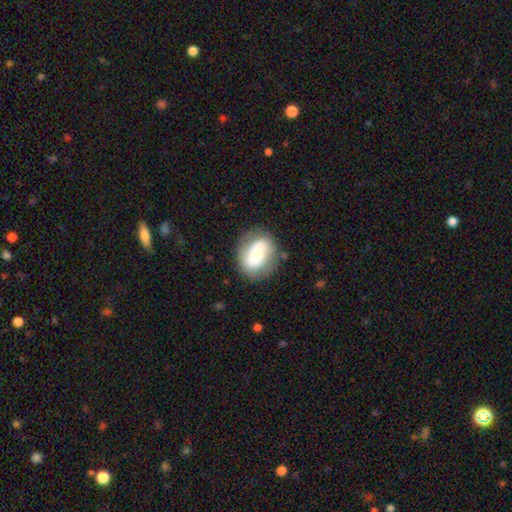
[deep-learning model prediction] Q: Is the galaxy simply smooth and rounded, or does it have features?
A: smooth — 56%.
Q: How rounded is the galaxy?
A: in between — 65%.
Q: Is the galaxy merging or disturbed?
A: none — 67%.